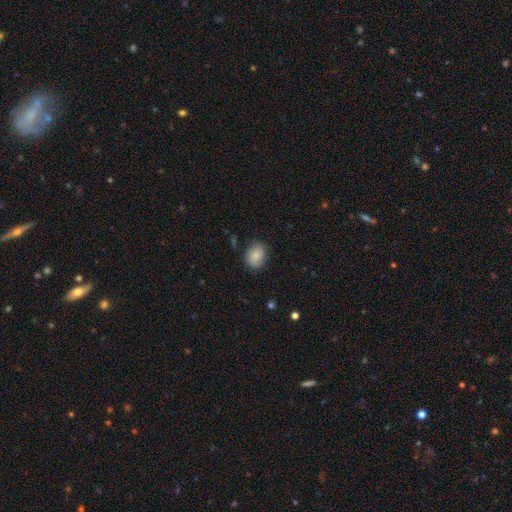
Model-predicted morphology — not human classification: Smooth or featured? Predicted: smooth (p=0.82). How rounded? Predicted: in between (p=0.54). Merging? Predicted: none (p=0.78).